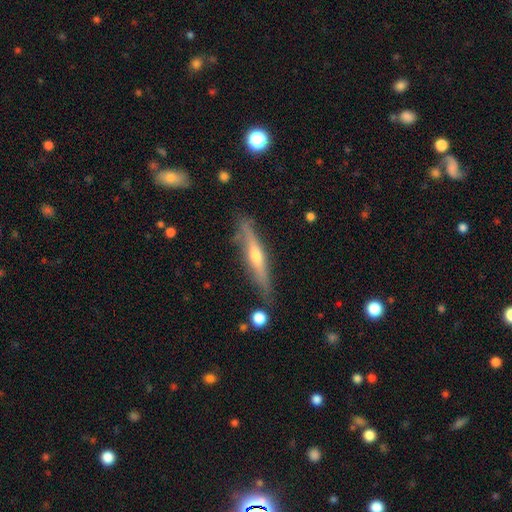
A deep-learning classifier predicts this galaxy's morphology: The model was most divided on "smooth or featured": featured or disk: 70%, smooth: 23%, star or artifact: 6%. More confident: edge-on disk — yes (95%); edge-on bulge — rounded (85%); merging — none (83%).